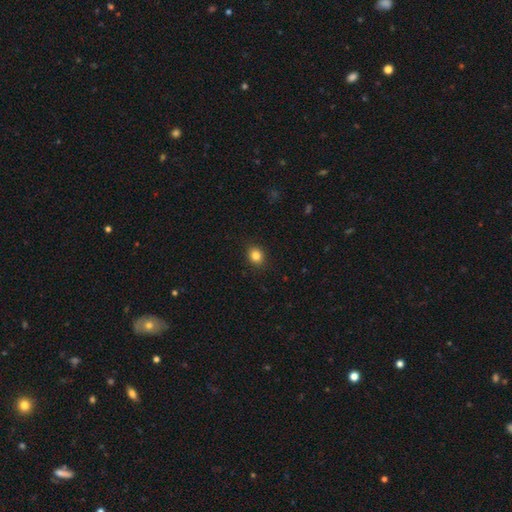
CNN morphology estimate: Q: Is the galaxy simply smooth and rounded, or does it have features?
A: smooth — 84%.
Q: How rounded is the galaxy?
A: round — 66%.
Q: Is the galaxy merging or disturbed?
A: none — 90%.